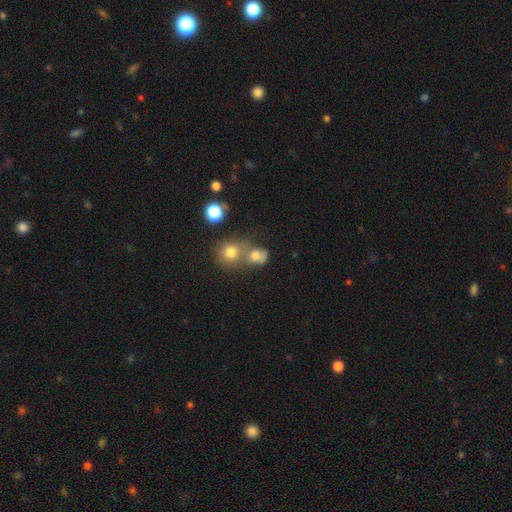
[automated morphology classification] A smooth galaxy with no disk features (70%) that is round (65%). Merging: merger (52%).